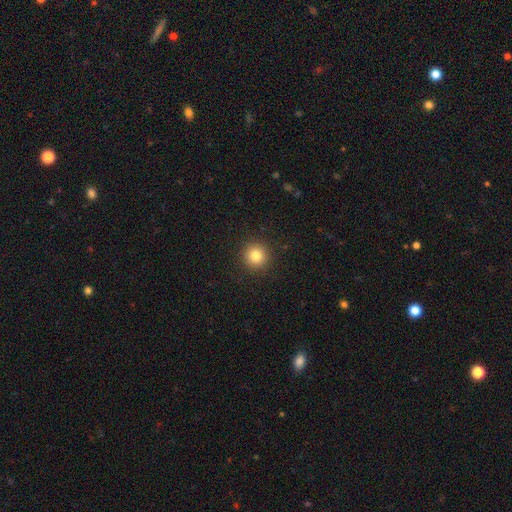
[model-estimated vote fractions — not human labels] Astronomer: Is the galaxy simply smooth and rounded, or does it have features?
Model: smooth — 81%.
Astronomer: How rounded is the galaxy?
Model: round — 95%.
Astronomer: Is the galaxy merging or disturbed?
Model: none — 92%.